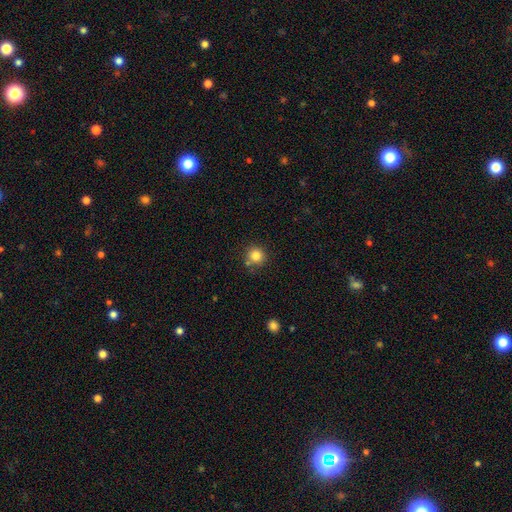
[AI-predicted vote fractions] Smooth or featured?
  - smooth: 83% *
  - star or artifact: 11%
  - featured or disk: 6%
How rounded?
  - round: 92% *
  - in between: 7%
  - cigar-shaped: 1%
Merging?
  - none: 77% *
  - minor disturbance: 11%
  - merger: 9%
  - major disturbance: 3%